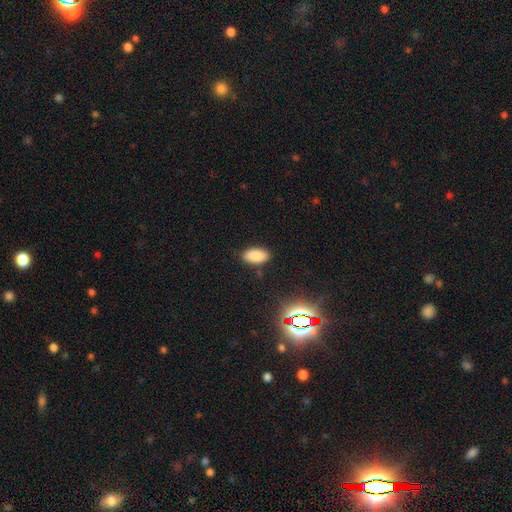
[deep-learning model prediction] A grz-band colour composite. It shows a smooth galaxy with no disk features (86%) that is in between round and cigar-shaped (94%). Merging: none (86%).